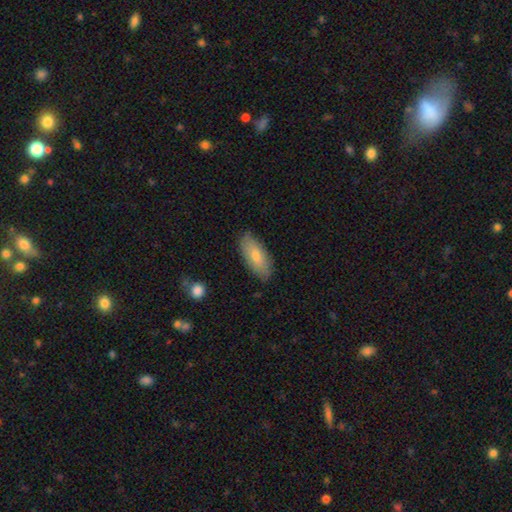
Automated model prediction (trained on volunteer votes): smooth-or-featured: smooth: 75% | featured or disk: 19% | star or artifact: 6%
  how-rounded: in between: 83% | cigar-shaped: 15% | round: 2%
  merging: none: 85% | minor disturbance: 12% | major disturbance: 2% | merger: 1%